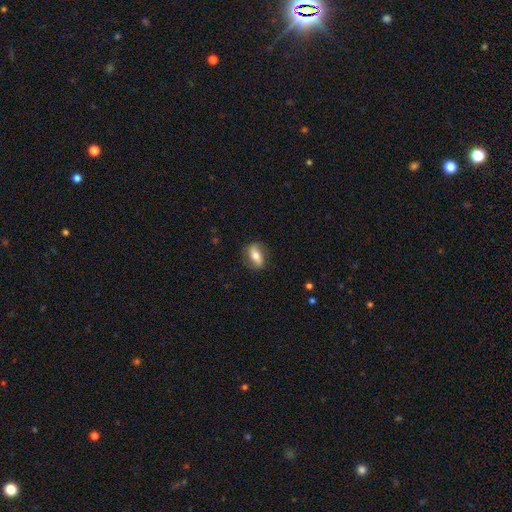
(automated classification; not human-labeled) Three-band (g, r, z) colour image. It shows a smooth galaxy with no disk features (47%). Merging: none (78%).